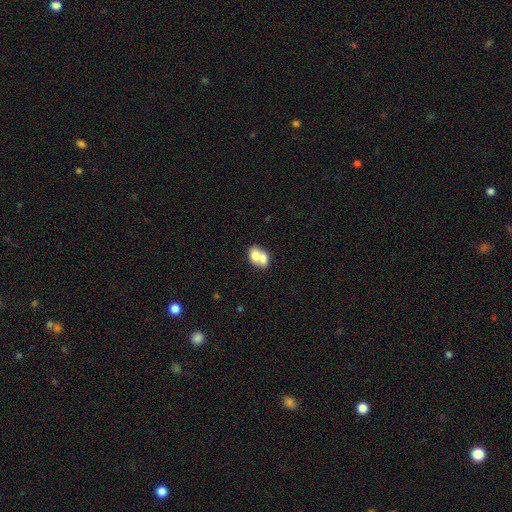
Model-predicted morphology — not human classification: This is likely a smooth galaxy (67%). How rounded: likely in between (64%). Merging: likely merger (68%).